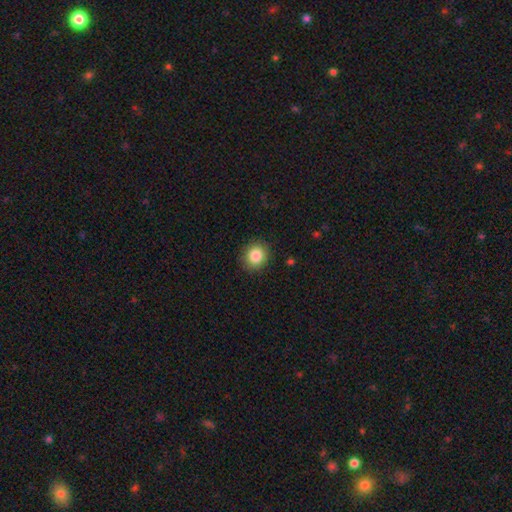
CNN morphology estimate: A smooth galaxy with no disk features (86%) that is round (77%).

Vote fractions:
- Smooth or featured? smooth: 86% / star or artifact: 9% / featured or disk: 5%
- How rounded? round: 77% / in between: 22% / cigar-shaped: 1%
- Merging? none: 88% / minor disturbance: 8% / major disturbance: 2% / merger: 1%